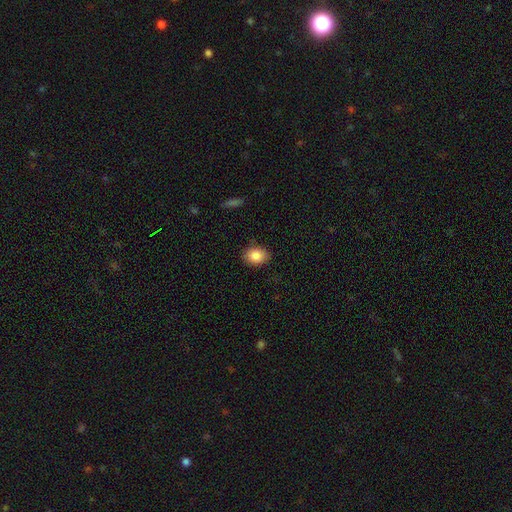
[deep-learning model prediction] Smooth or featured? Predicted: smooth (p=0.86). How rounded? Predicted: in between (p=0.62). Merging? Predicted: none (p=0.84).